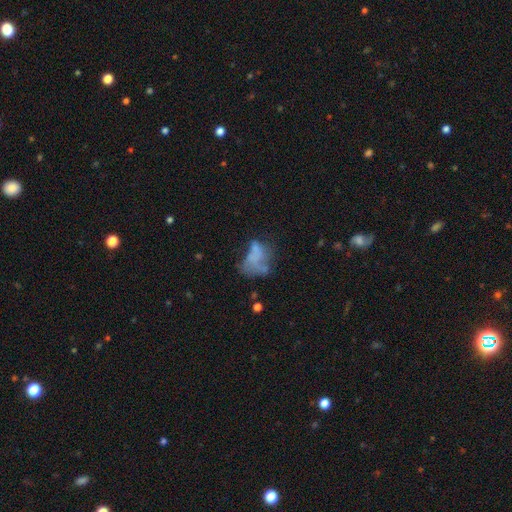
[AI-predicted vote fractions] Overall: smooth (42%, tied with featured or disk). Merging: major disturbance (38%; none 27%).